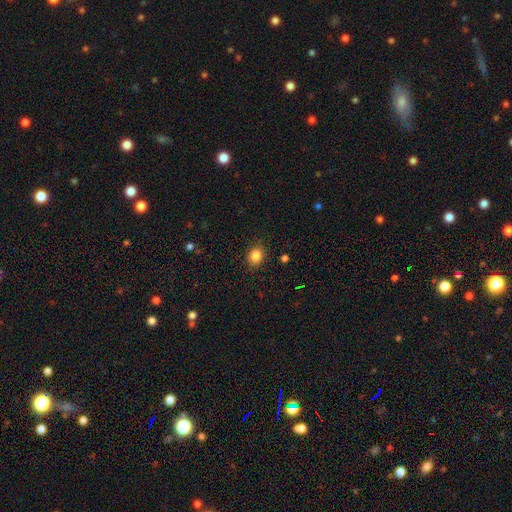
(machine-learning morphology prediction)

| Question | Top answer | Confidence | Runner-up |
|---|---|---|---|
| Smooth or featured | smooth | 84% | star or artifact (11%) |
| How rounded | round | 62% | in between (37%) |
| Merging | none | 88% | minor disturbance (8%) |